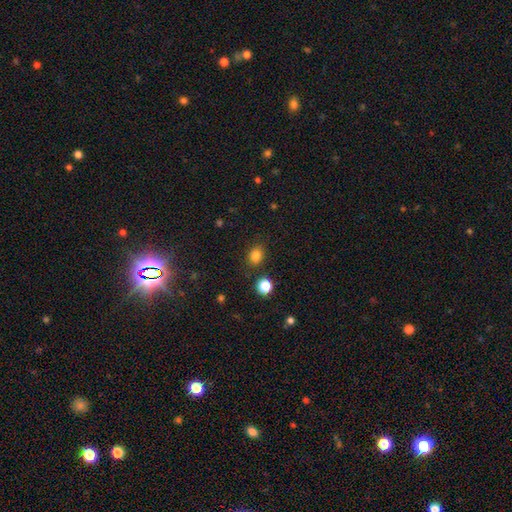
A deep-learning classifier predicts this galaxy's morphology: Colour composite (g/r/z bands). It shows a smooth galaxy with no disk features (83%) that is round (55%). Merging: none (84%).